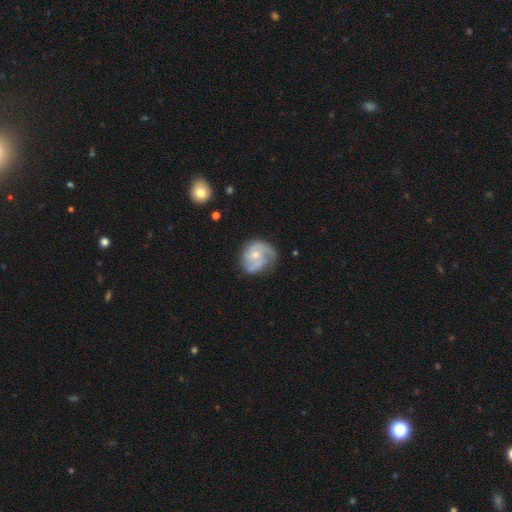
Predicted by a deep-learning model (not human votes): Q: Smooth or featured?
A: featured or disk (68%); runner-up: smooth (26%)
Q: Edge-on disk?
A: no (98%); runner-up: yes (2%)
Q: Bar?
A: no (71%); runner-up: weak (26%)
Q: Spiral arms?
A: yes (86%); runner-up: no (14%)
Q: Spiral winding?
A: medium (43%); runner-up: tight (35%)
Q: Spiral arm count?
A: 2 (45%); runner-up: can't tell (22%)
Q: Bulge size?
A: small (54%); runner-up: moderate (40%)
Q: Merging?
A: none (53%); runner-up: minor disturbance (29%)